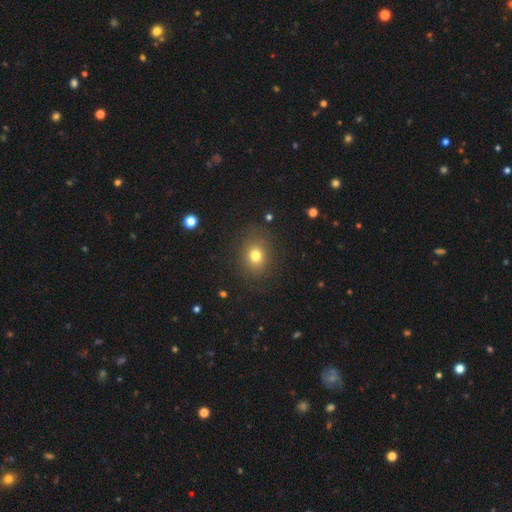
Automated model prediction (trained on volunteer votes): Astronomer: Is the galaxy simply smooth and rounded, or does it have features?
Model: smooth — 76%.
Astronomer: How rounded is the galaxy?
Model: round — 60% (runner-up: in between, 39%).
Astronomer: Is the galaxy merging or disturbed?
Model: none — 84%.